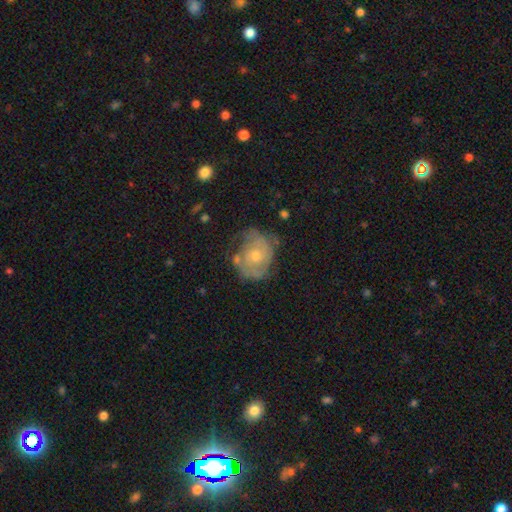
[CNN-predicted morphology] Q: Smooth or featured?
A: featured or disk (63%); runner-up: smooth (29%)
Q: Edge-on disk?
A: no (97%); runner-up: yes (3%)
Q: Bar?
A: no (83%); runner-up: weak (15%)
Q: Spiral arms?
A: yes (67%); runner-up: no (33%)
Q: Bulge size?
A: moderate (52%); runner-up: small (43%)
Q: Merging?
A: none (54%); runner-up: minor disturbance (28%)